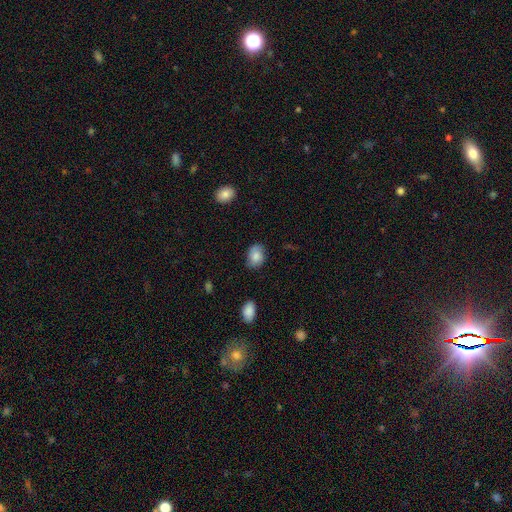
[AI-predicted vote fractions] Smooth or featured? Predicted: smooth (p=0.79). How rounded? Predicted: in between (p=0.71). Merging? Predicted: none (p=0.75).